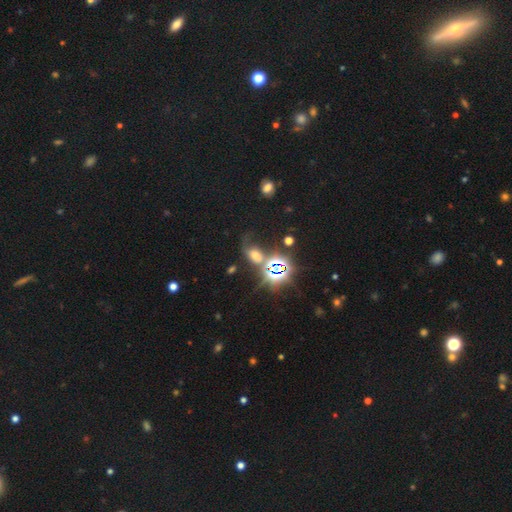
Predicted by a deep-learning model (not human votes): The model was most divided on "smooth or featured": star or artifact: 41%, smooth: 38%, featured or disk: 20%.